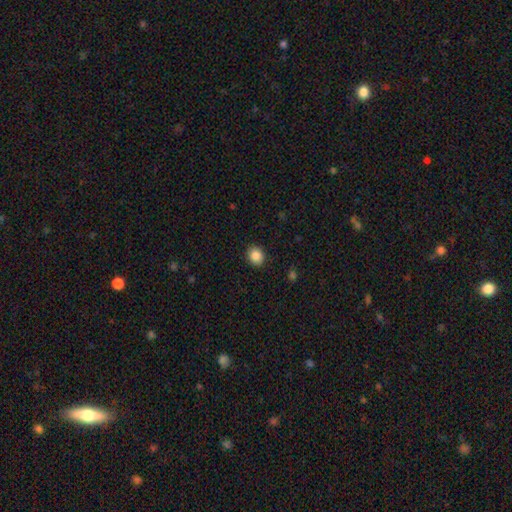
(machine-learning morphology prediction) Smooth or featured: smooth — 86% (star or artifact — 9%)
How rounded: round — 64% (in between — 35%)
Merging: none — 90% (minor disturbance — 7%)